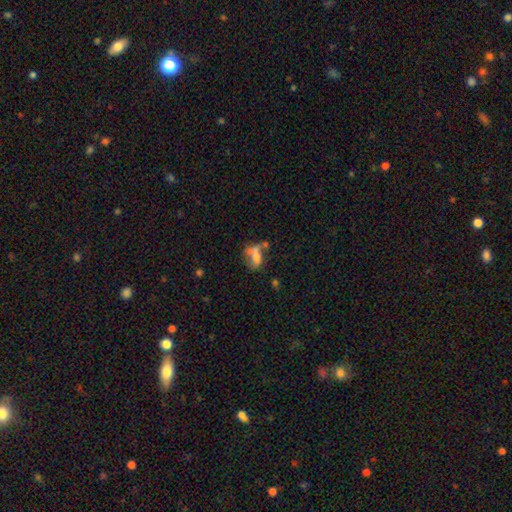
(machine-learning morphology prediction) A smooth galaxy with no disk features (54%) that is in between round and cigar-shaped (73%).

Vote fractions:
- Smooth or featured? smooth: 54% / featured or disk: 33% / star or artifact: 13%
- How rounded? in between: 73% / round: 21% / cigar-shaped: 6%
- Merging? merger: 36% / none: 26% / major disturbance: 21% / minor disturbance: 17%